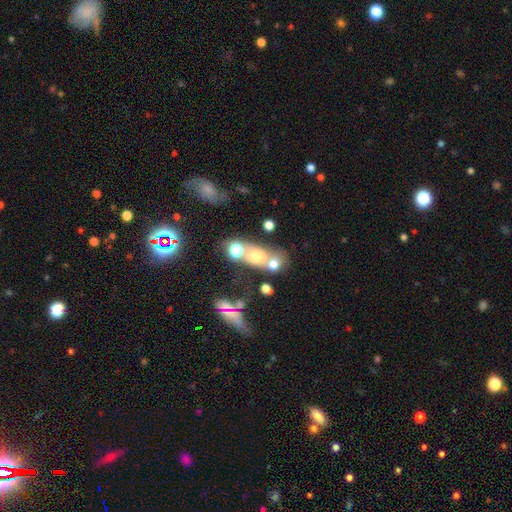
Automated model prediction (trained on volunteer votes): This appears to be a smooth galaxy with no disk features (50%). Merging: merger (44%).